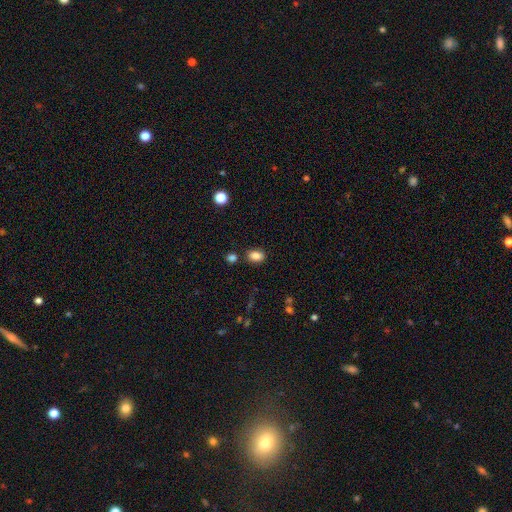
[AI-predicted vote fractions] This appears to be a smooth galaxy with no disk features (85%) that is in between round and cigar-shaped (78%). Merging: none (80%).